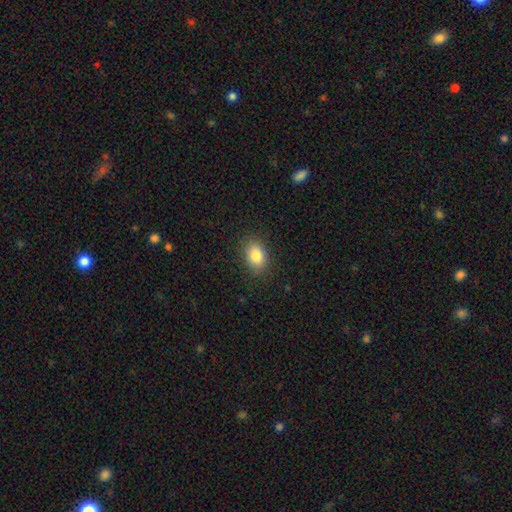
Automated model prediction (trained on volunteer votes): Smooth or featured?
  - smooth: 84% *
  - star or artifact: 9%
  - featured or disk: 7%
How rounded?
  - in between: 80% *
  - round: 19%
  - cigar-shaped: 1%
Merging?
  - none: 87% *
  - minor disturbance: 10%
  - major disturbance: 3%
  - merger: 1%